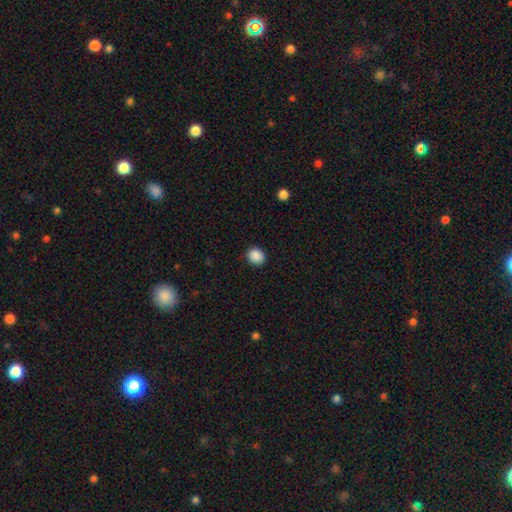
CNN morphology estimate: This appears to be a smooth galaxy with no disk features (89%) that is round (78%). Merging: none (90%).